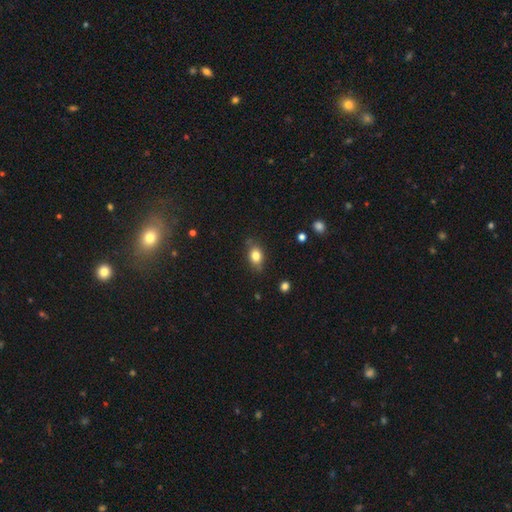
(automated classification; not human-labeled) Morphology: type=smooth (81%); roundness=in between (72%); merging=none (77%).